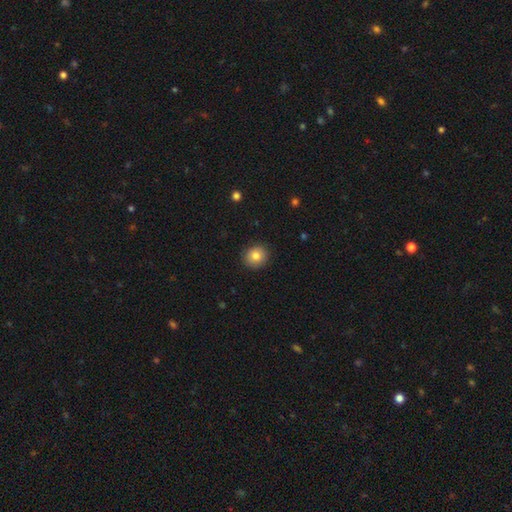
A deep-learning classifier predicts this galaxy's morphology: smooth-or-featured: smooth: 81% | star or artifact: 10% | featured or disk: 9%
  how-rounded: round: 85% | in between: 14% | cigar-shaped: 1%
  merging: none: 90% | minor disturbance: 7% | major disturbance: 2% | merger: 1%